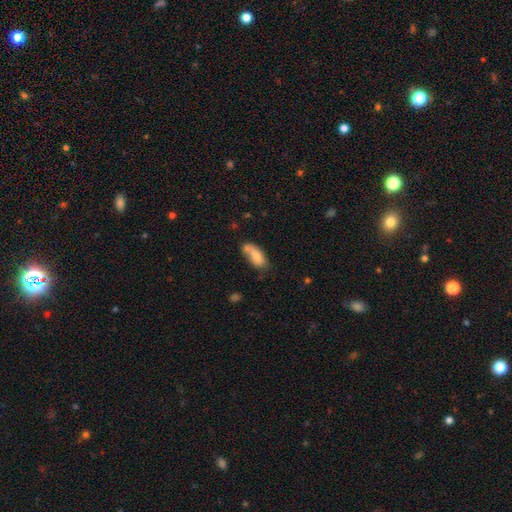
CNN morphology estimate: Smooth or featured? smooth (75%)
How rounded? in between (84%)
Merging? none (45%)